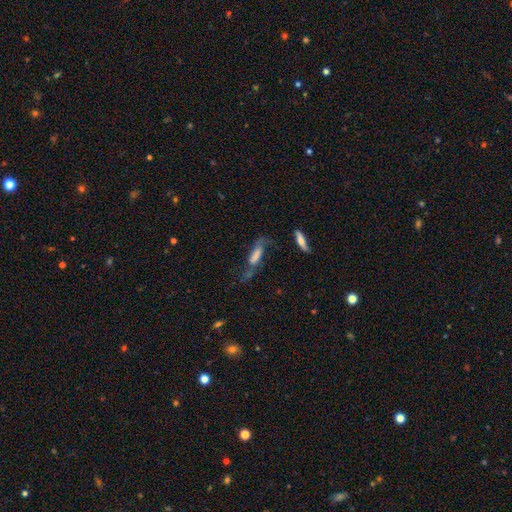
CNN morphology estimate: A smooth galaxy with no disk features (49%).

Vote fractions:
- Smooth or featured? smooth: 49% / featured or disk: 40% / star or artifact: 11%
- Merging? major disturbance: 35% / none: 32% / minor disturbance: 21% / merger: 11%